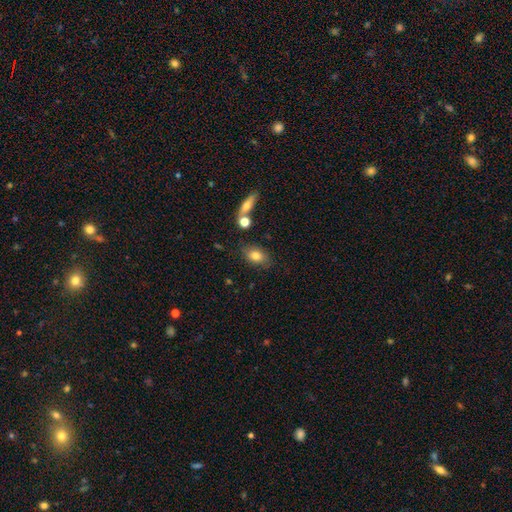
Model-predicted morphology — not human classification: smooth_or_featured: smooth (p=0.78) [alt: featured or disk p=0.13]
how_rounded: in between (p=0.81) [alt: round p=0.15]
merging: none (p=0.75) [alt: minor disturbance p=0.13]